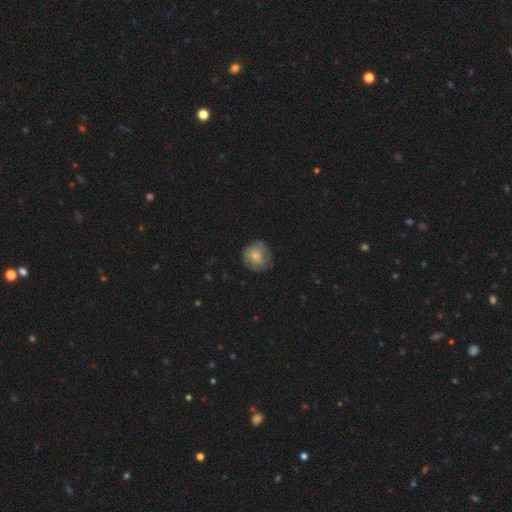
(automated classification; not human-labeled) Smooth or featured? Predicted: smooth (p=0.62). How rounded? Predicted: round (p=0.90). Merging? Predicted: none (p=0.72).